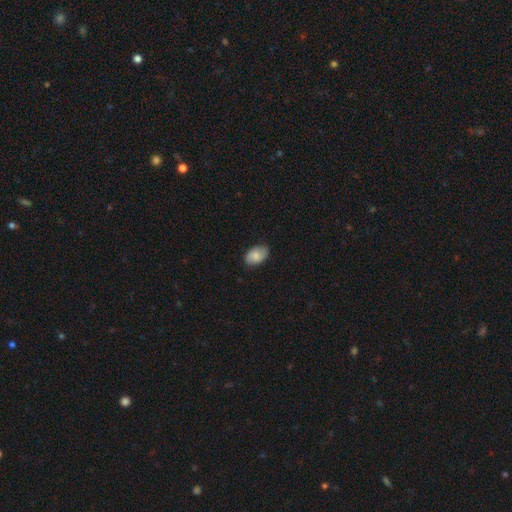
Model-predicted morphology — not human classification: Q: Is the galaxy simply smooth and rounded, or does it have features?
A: smooth — 80%.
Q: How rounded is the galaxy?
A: in between — 91%.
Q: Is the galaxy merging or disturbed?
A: none — 82%.